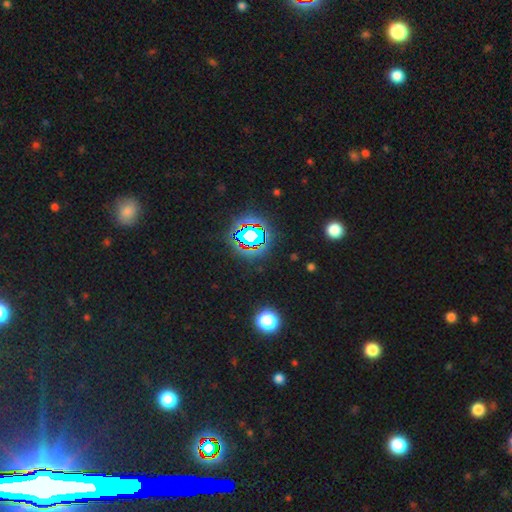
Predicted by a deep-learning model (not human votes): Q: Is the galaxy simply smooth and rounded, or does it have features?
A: star or artifact — 79%.